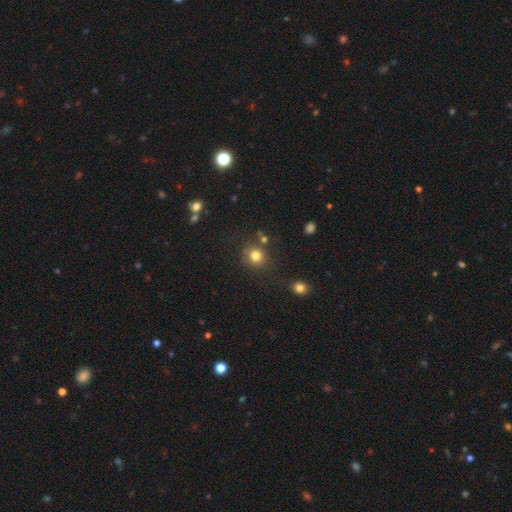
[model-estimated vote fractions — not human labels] A smooth galaxy with no disk features (80%) that is round (85%). Merging: none (76%).